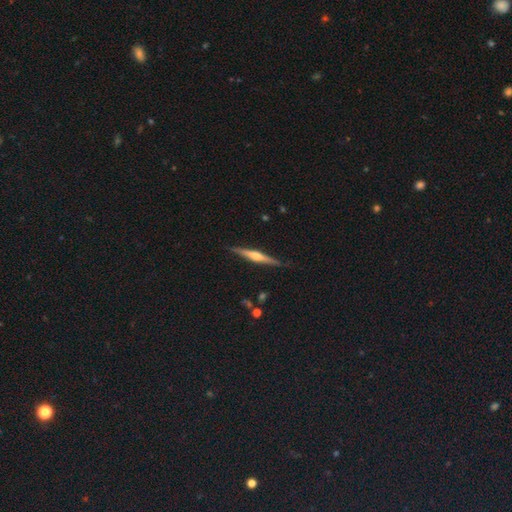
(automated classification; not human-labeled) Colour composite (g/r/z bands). It shows a featured or disk galaxy (70%) viewed edge-on (98%) with a rounded central bulge (78%). Merging: none (88%).